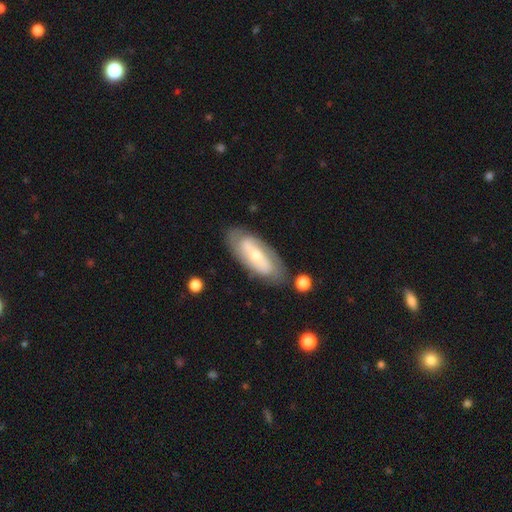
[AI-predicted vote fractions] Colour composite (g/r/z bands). It shows a featured or disk galaxy (66%) with no bar (49%), spiral arms (77%) and a small central bulge (54%). Merging: none (78%).